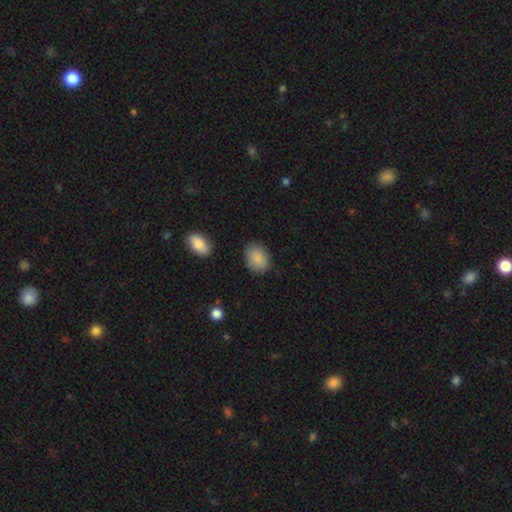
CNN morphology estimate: Smooth or featured: smooth — 87% (star or artifact — 8%)
How rounded: in between — 70% (round — 28%)
Merging: none — 84% (minor disturbance — 12%)